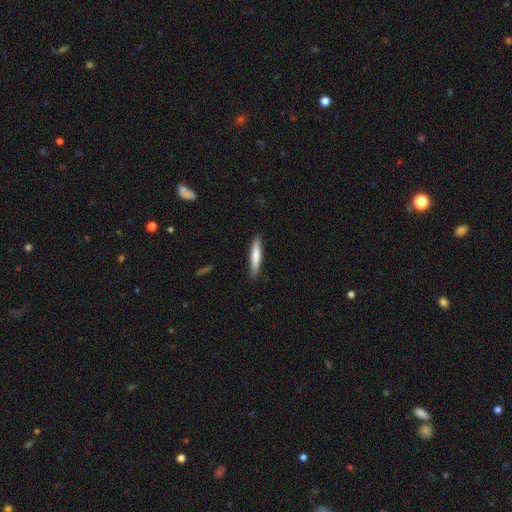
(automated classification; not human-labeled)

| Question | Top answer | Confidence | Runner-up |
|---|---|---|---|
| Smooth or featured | smooth | 77% | featured or disk (18%) |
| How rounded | cigar-shaped | 87% | in between (12%) |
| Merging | none | 89% | minor disturbance (8%) |